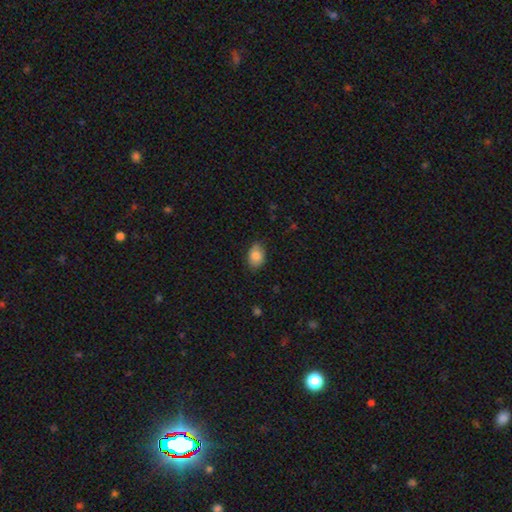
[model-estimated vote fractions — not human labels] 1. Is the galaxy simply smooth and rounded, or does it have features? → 85% smooth, 8% star or artifact, 7% featured or disk.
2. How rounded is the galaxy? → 83% in between, 16% round, 1% cigar-shaped.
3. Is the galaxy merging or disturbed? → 80% none, 16% minor disturbance, 3% major disturbance, 1% merger.